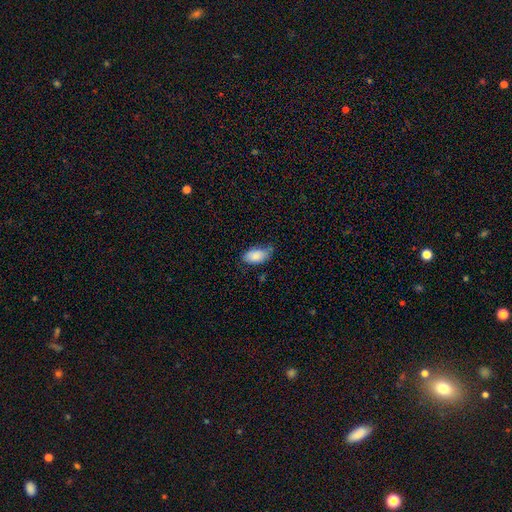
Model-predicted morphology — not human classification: Smooth or featured? smooth (84%)
How rounded? in between (94%)
Merging? none (60%)